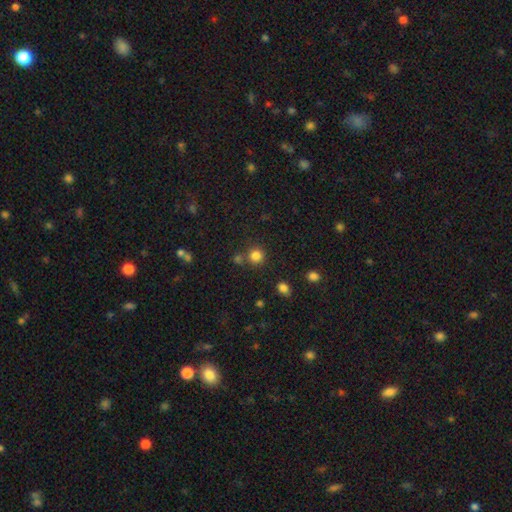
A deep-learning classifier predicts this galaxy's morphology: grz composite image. It shows a smooth galaxy with no disk features (82%) that is round (92%). Merging: none (77%).